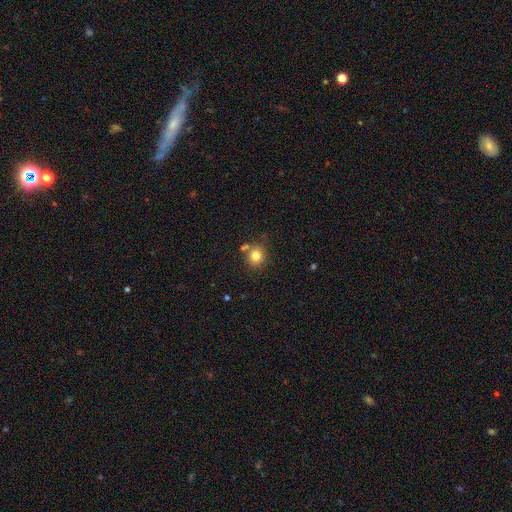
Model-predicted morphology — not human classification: Overall: smooth (80%). How rounded: round (86%). Merging: none (74%).